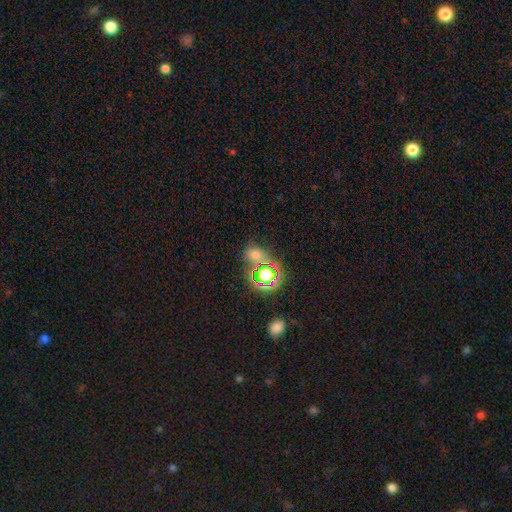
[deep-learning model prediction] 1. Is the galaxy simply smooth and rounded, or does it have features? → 49% smooth, 43% star or artifact, 8% featured or disk.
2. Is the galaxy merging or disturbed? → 68% none, 17% merger, 10% minor disturbance, 5% major disturbance.